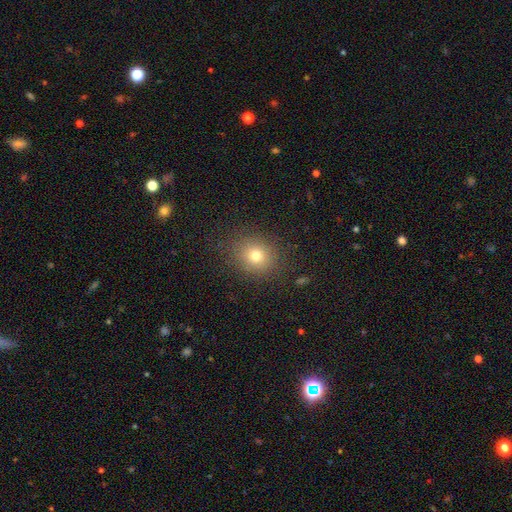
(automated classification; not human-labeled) Smooth or featured: smooth — 74% (star or artifact — 15%)
How rounded: round — 79% (in between — 20%)
Merging: none — 86% (minor disturbance — 9%)